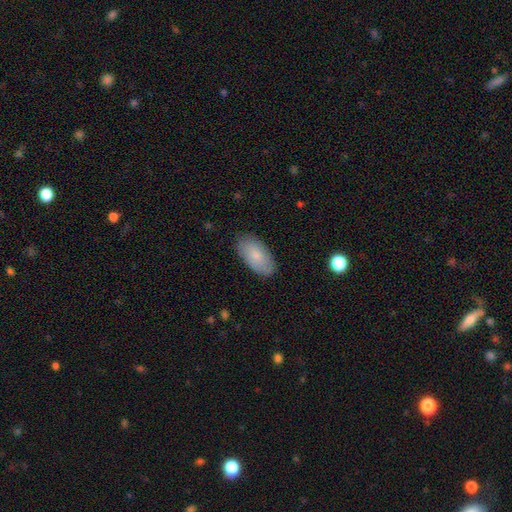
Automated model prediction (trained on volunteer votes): Q: Smooth or featured?
A: smooth (79%); runner-up: featured or disk (15%)
Q: How rounded?
A: in between (94%); runner-up: round (3%)
Q: Merging?
A: none (84%); runner-up: minor disturbance (13%)